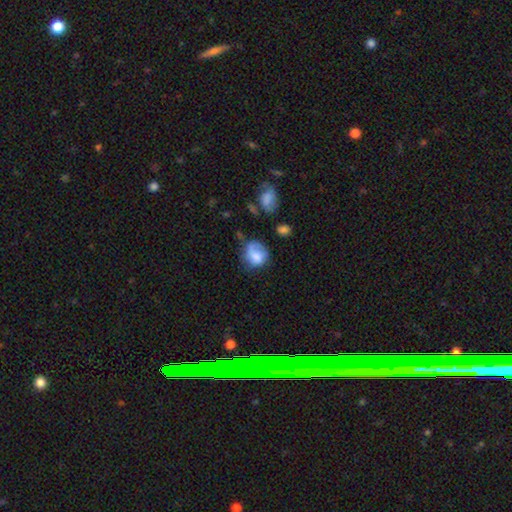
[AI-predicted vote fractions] This appears to be a smooth galaxy with no disk features (66%) that is round (63%). Merging: none (42%).